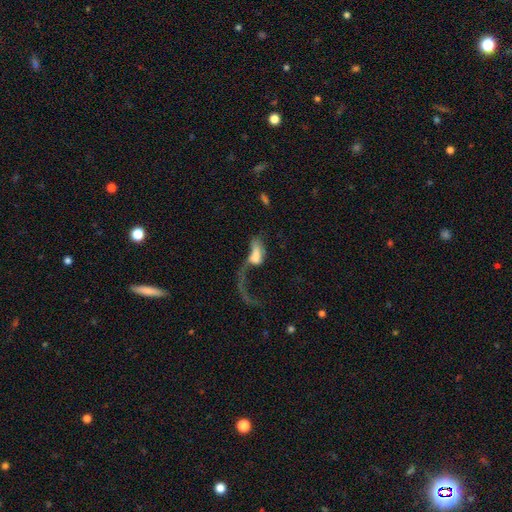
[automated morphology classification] Smooth or featured: smooth — 48% (featured or disk — 43%)
Merging: major disturbance — 65% (merger — 15%)